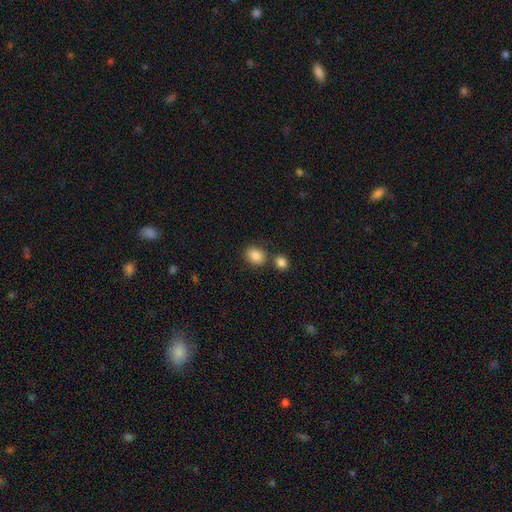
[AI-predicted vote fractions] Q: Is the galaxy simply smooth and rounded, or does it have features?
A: smooth — 85%.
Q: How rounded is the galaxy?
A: round — 50%.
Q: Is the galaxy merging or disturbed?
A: none — 70%.